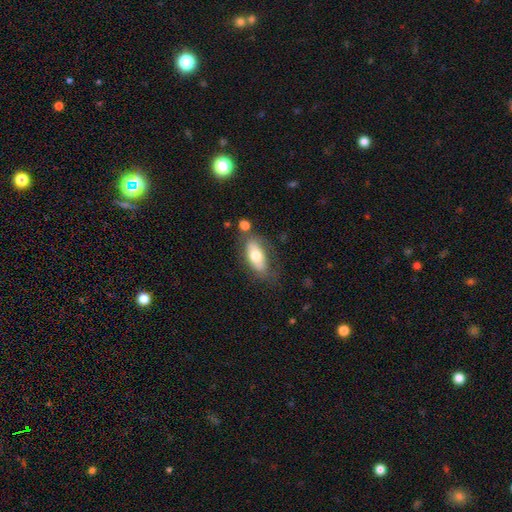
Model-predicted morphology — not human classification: type=smooth (65%); roundness=in between (84%); merging=none (64%).